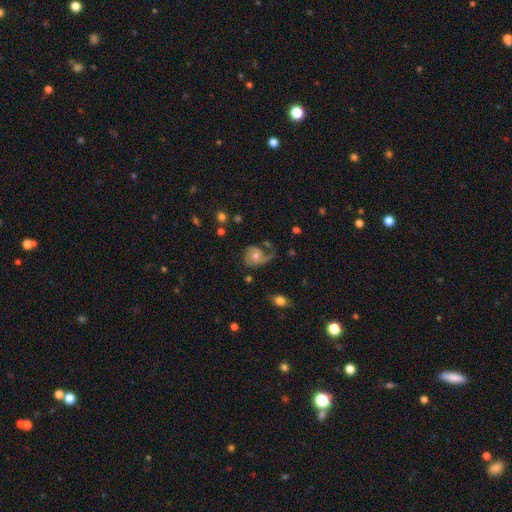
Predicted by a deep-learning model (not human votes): Smooth or featured? Predicted: featured or disk (p=0.70). Edge-on disk? Predicted: no (p=0.97). Bar? Predicted: no (p=0.68). Spiral arms? Predicted: yes (p=0.91). Spiral winding? Predicted: medium (p=0.40). Spiral arm count? Predicted: 1 (p=0.49). Bulge size? Predicted: moderate (p=0.59). Merging? Predicted: none (p=0.42).